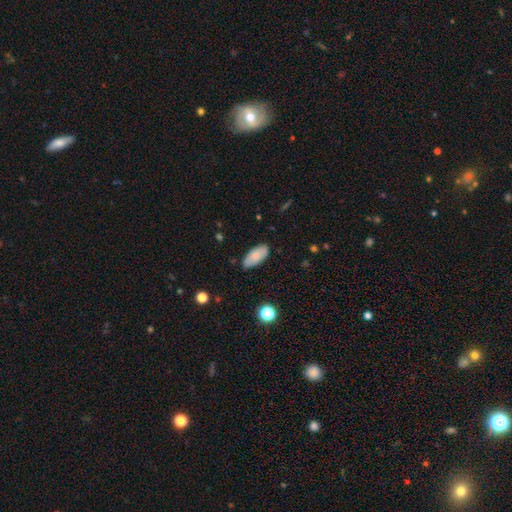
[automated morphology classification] The model was most divided on "smooth or featured": smooth: 78%, featured or disk: 15%, star or artifact: 7%. More confident: how rounded — in between (90%); merging — none (81%).